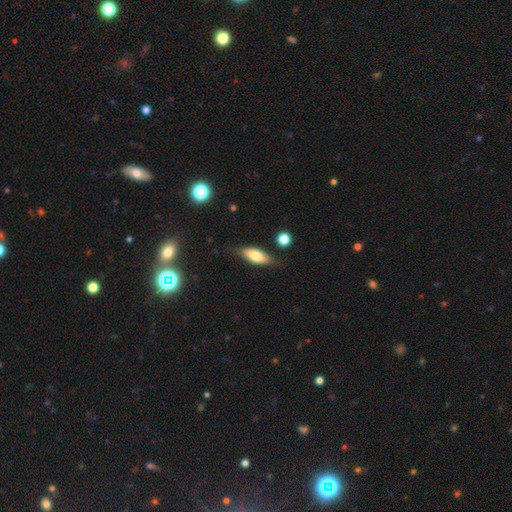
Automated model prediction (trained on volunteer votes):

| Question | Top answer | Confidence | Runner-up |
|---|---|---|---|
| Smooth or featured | smooth | 65% | featured or disk (27%) |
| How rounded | in between | 74% | cigar-shaped (22%) |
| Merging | none | 73% | minor disturbance (19%) |